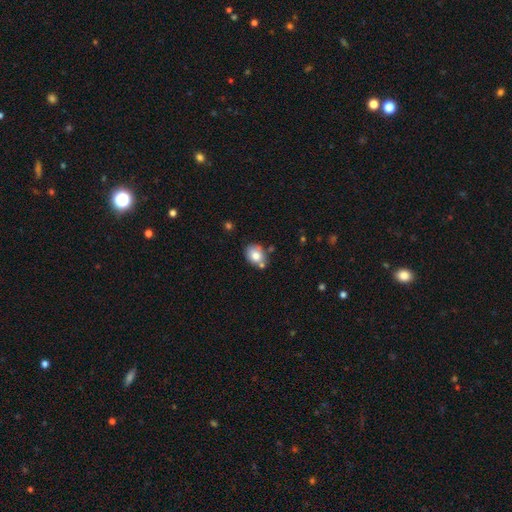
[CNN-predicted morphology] The model was most divided on "how rounded": in between: 53%, round: 46%, cigar-shaped: 1%. More confident: smooth or featured — smooth (77%); merging — none (64%).